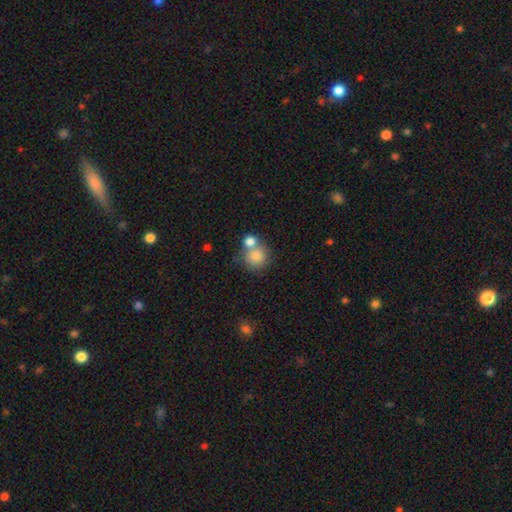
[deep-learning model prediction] smooth_or_featured: smooth (p=0.81) [alt: featured or disk p=0.10]
how_rounded: round (p=0.88) [alt: in between p=0.11]
merging: none (p=0.46) [alt: merger p=0.41]